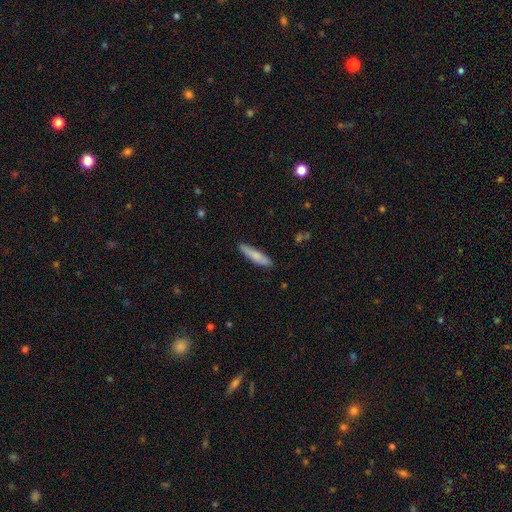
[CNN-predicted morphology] A smooth galaxy with no disk features (78%) that is cigar-shaped (82%). Merging: none (85%).